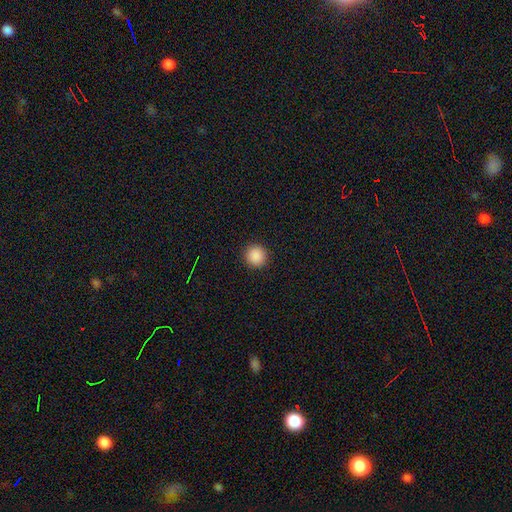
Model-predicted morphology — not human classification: type=smooth (89%); roundness=round (94%); merging=none (93%).